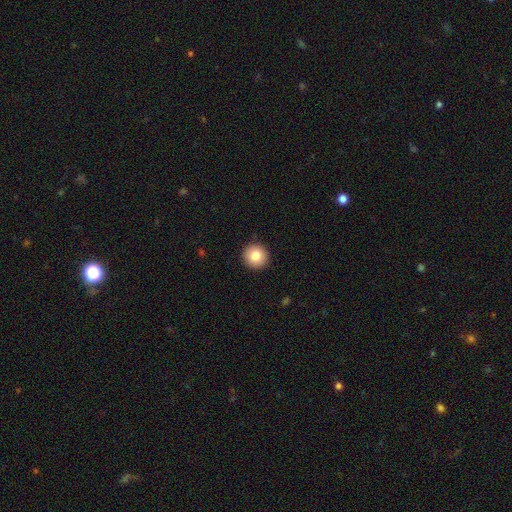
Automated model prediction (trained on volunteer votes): Smooth or featured? Predicted: smooth (p=0.82). How rounded? Predicted: round (p=0.95). Merging? Predicted: none (p=0.93).